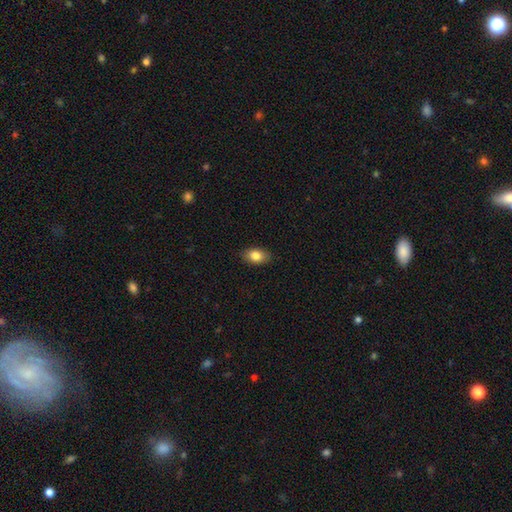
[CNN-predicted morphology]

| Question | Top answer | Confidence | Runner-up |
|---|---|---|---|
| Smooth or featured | smooth | 83% | featured or disk (9%) |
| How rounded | in between | 86% | round (12%) |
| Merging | none | 87% | minor disturbance (10%) |